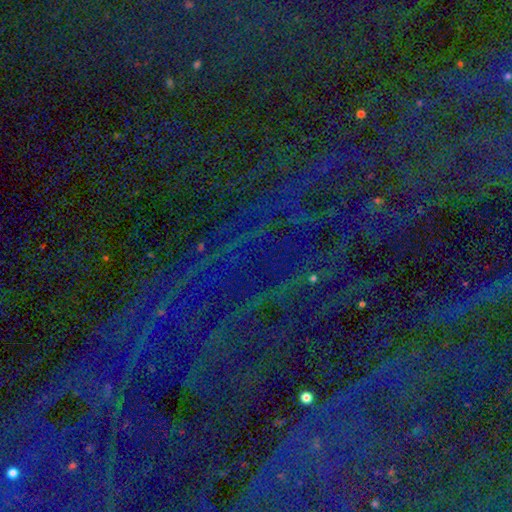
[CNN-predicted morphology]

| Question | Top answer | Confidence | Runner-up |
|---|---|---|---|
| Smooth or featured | star or artifact | 84% | smooth (8%) |